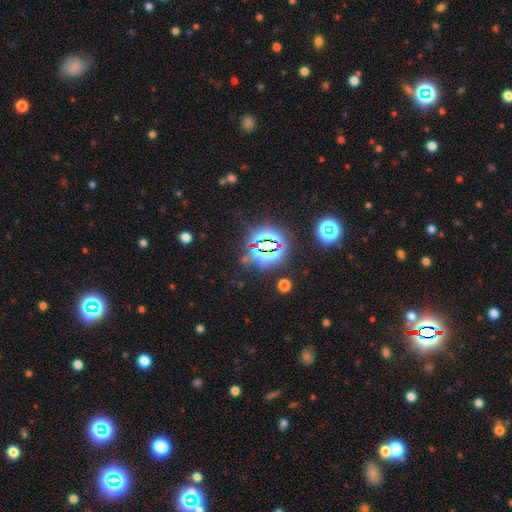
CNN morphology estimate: A star or artifact, not a galaxy (80%).